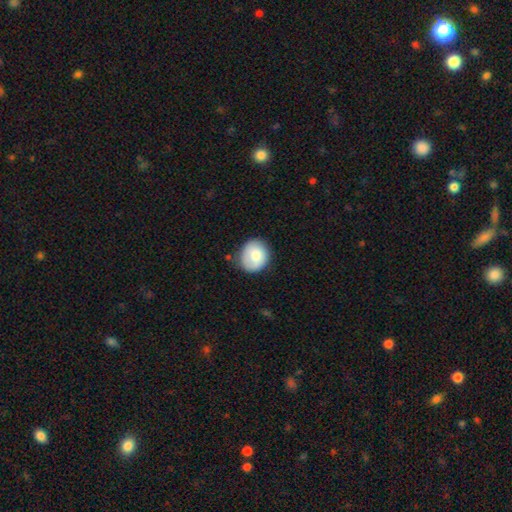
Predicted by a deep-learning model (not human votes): Q: Smooth or featured?
A: smooth (76%); runner-up: featured or disk (17%)
Q: How rounded?
A: round (73%); runner-up: in between (26%)
Q: Merging?
A: none (74%); runner-up: minor disturbance (20%)